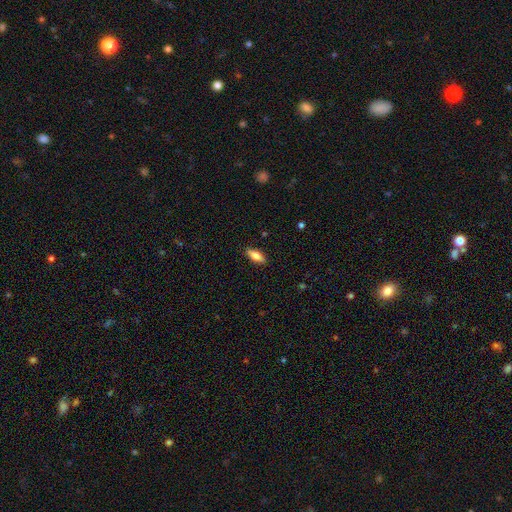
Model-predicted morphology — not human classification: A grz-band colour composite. It shows a smooth galaxy with no disk features (77%) that is in between round and cigar-shaped (76%). Merging: none (87%).